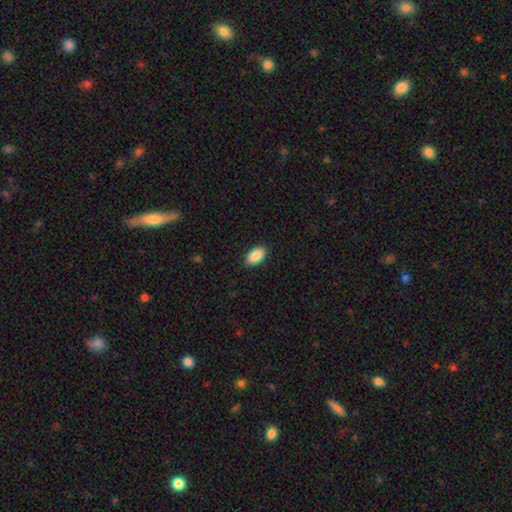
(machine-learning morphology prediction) This is clearly a smooth galaxy (90%). How rounded: clearly in between (94%). Merging: clearly none (88%).